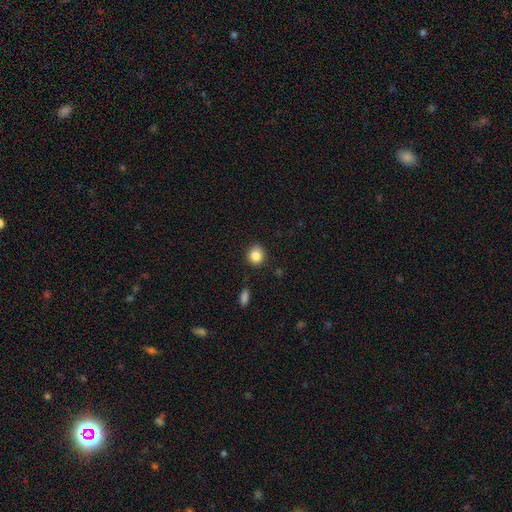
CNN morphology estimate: The model was most divided on "how rounded": round: 80%, in between: 19%, cigar-shaped: 1%. More confident: merging — none (87%); smooth or featured — smooth (85%).